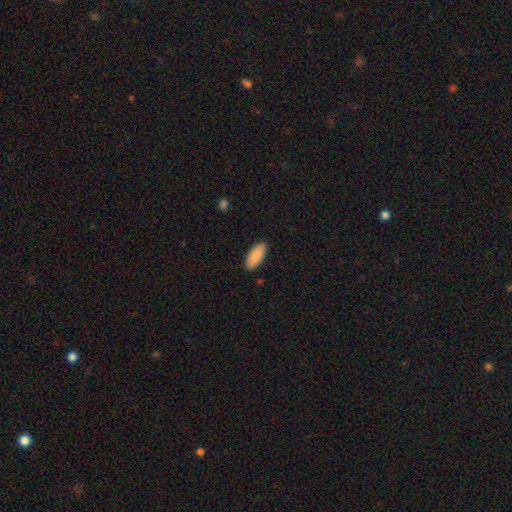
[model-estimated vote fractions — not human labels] This appears to be a smooth galaxy with no disk features (88%) that is in between round and cigar-shaped (84%). Merging: none (89%).